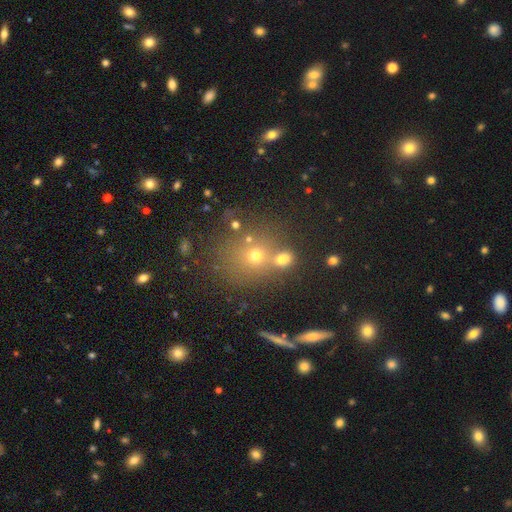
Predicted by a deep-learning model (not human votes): Morphology: type=smooth (59%); roundness=round (80%); merging=none (55%).